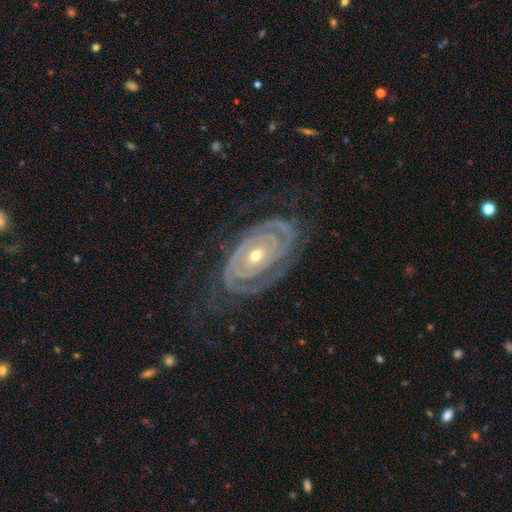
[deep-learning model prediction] The model was most divided on "bulge size": moderate: 52%, small: 45%, large: 2%, dominant: 1%, none: 1%. More confident: spiral arms — yes (96%); edge-on disk — no (96%); smooth or featured — featured or disk (90%); spiral winding — tight (82%); merging — none (73%); bar — no (73%); spiral arm count — 2 (61%).